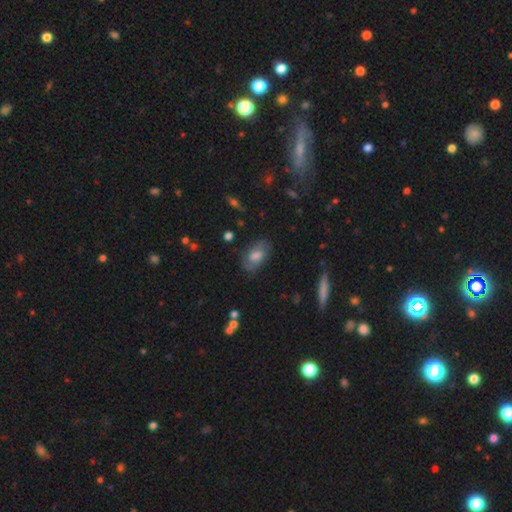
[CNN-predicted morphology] Overall: featured or disk (50%; smooth 41%). Merging: none (76%).